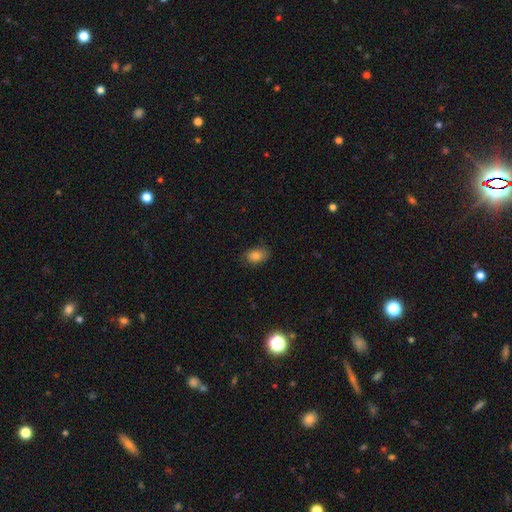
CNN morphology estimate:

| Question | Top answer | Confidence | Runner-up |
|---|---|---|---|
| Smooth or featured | smooth | 83% | star or artifact (9%) |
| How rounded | in between | 82% | round (16%) |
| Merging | none | 76% | minor disturbance (18%) |